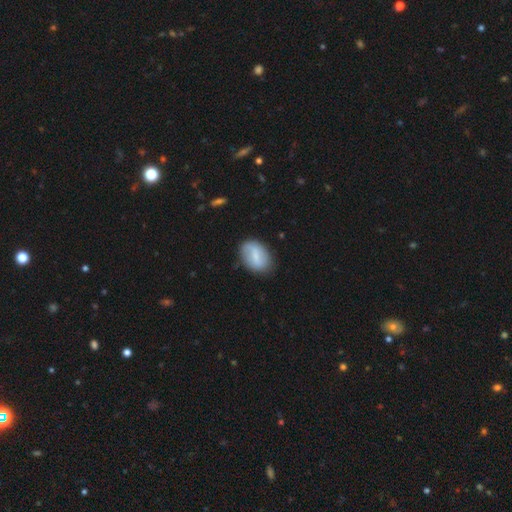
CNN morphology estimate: Smooth or featured?
  - smooth: 56% *
  - featured or disk: 37%
  - star or artifact: 7%
How rounded?
  - in between: 81% *
  - round: 17%
  - cigar-shaped: 2%
Merging?
  - none: 76% *
  - minor disturbance: 18%
  - major disturbance: 5%
  - merger: 2%